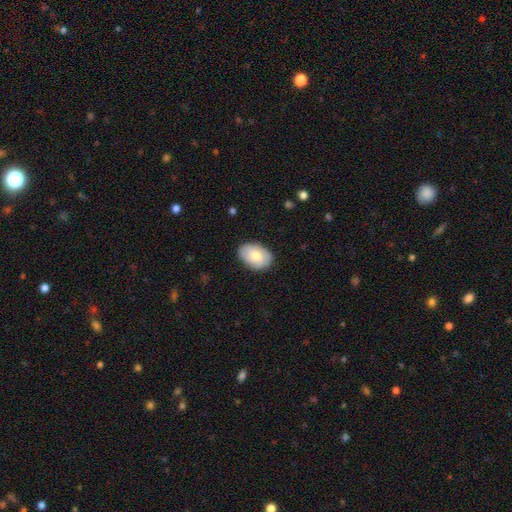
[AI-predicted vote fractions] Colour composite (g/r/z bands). It shows a smooth galaxy with no disk features (73%) that is in between round and cigar-shaped (85%). Merging: none (84%).